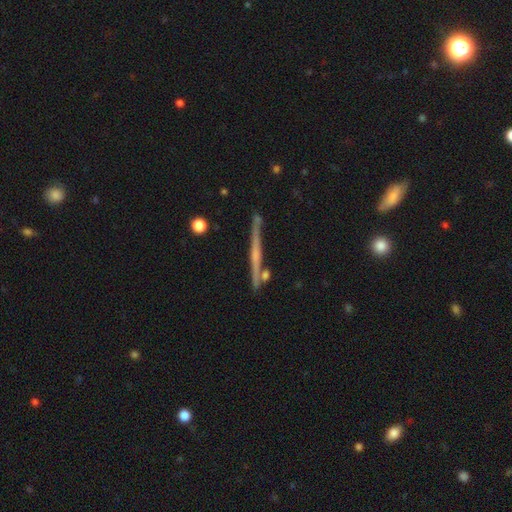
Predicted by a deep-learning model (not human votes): smooth_or_featured: featured or disk (p=0.69) [alt: smooth p=0.24]
disk_edge_on: yes (p=0.98) [alt: no p=0.02]
edge_on_bulge: none (p=0.54) [alt: rounded p=0.37]
merging: none (p=0.83) [alt: minor disturbance p=0.10]